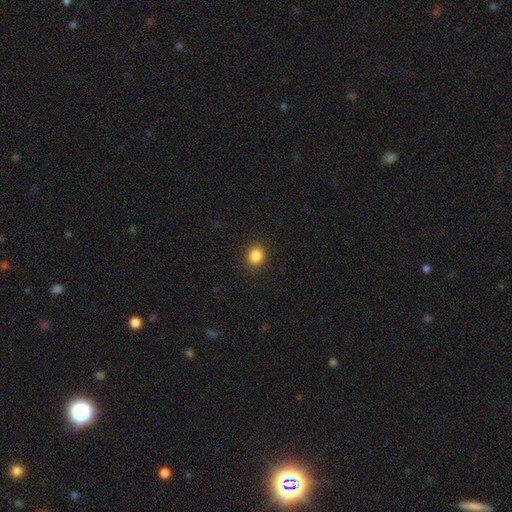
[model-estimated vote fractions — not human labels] A smooth galaxy with no disk features (86%) that is round (61%). Merging: none (90%).